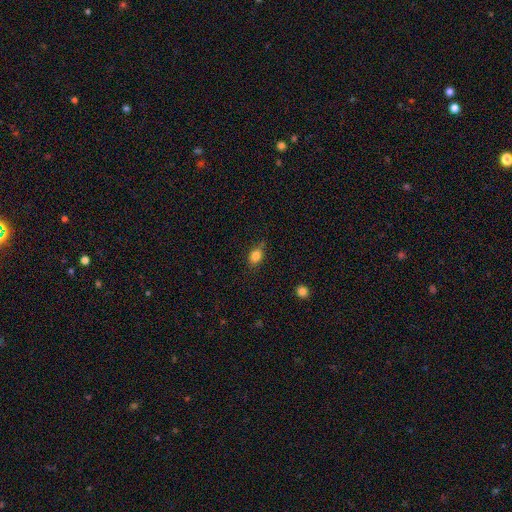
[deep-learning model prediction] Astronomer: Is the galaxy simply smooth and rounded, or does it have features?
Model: smooth — 83%.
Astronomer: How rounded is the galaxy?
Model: in between — 70%.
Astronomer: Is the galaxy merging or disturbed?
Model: none — 68%.